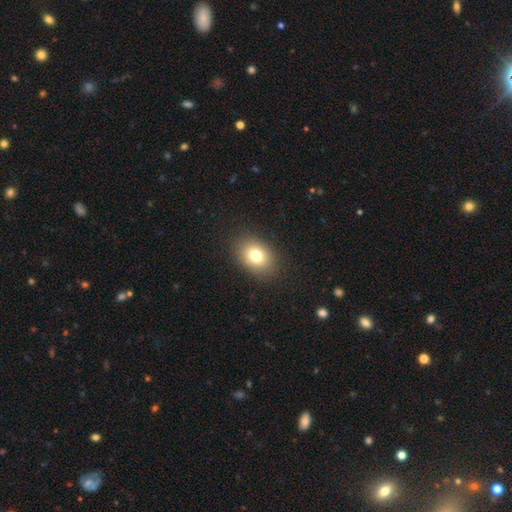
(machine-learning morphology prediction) smooth-or-featured: smooth: 78% | featured or disk: 11% | star or artifact: 11%
  how-rounded: in between: 69% | round: 30% | cigar-shaped: 1%
  merging: none: 88% | minor disturbance: 8% | major disturbance: 3% | merger: 1%